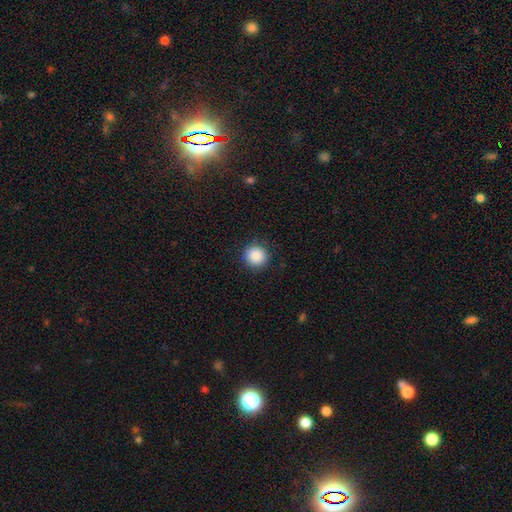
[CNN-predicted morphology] This appears to be a smooth galaxy with no disk features (89%) that is round (93%). Merging: none (90%).